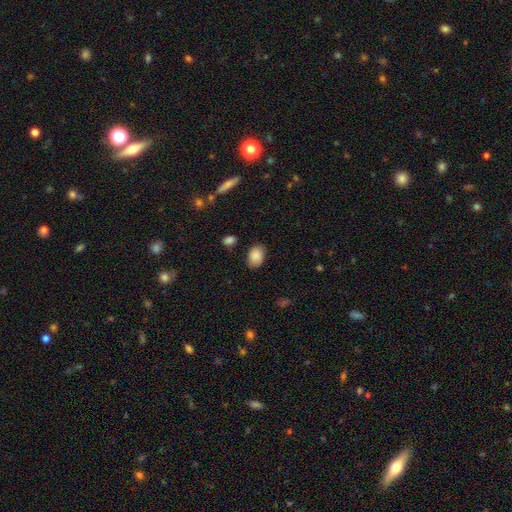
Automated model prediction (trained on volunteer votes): Smooth or featured?
  - smooth: 87% *
  - star or artifact: 8%
  - featured or disk: 5%
How rounded?
  - in between: 73% *
  - round: 26%
  - cigar-shaped: 1%
Merging?
  - none: 79% *
  - minor disturbance: 15%
  - major disturbance: 3%
  - merger: 2%